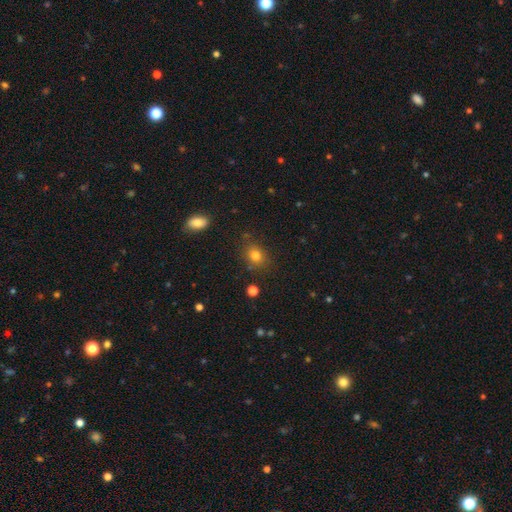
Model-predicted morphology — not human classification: Overall: smooth (80%). How rounded: round (49%, tied with in between). Merging: none (80%).